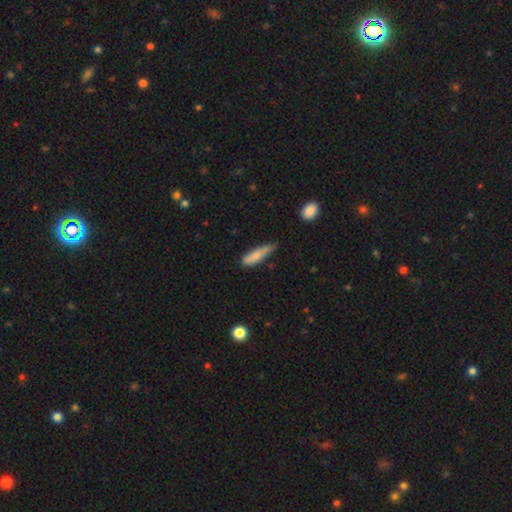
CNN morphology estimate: This appears to be a smooth galaxy with no disk features (77%) that is cigar-shaped (63%). Merging: none (44%).